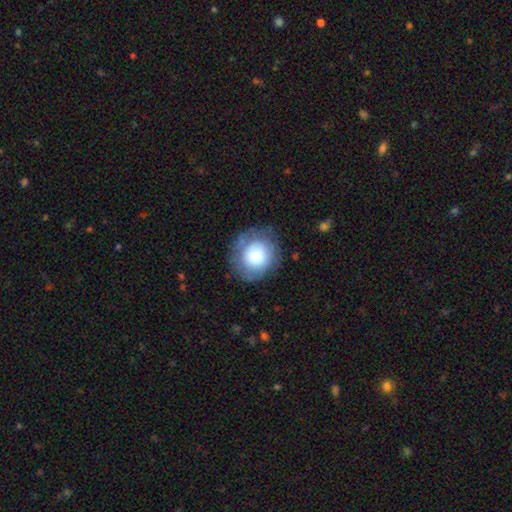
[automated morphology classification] A smooth galaxy with no disk features (68%) that is round (83%). Merging: none (71%).